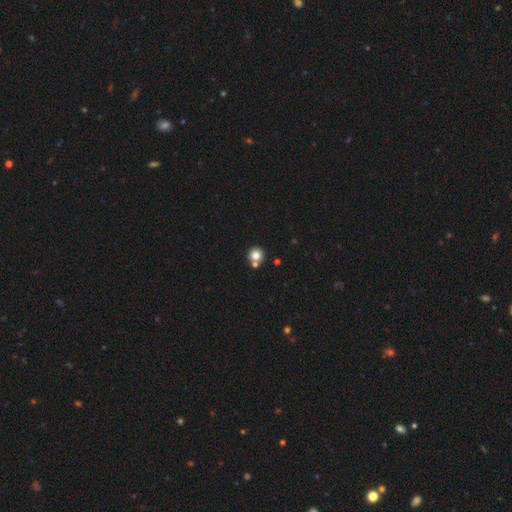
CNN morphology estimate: smooth-or-featured: smooth: 80% | star or artifact: 11% | featured or disk: 9%
  how-rounded: round: 92% | in between: 7% | cigar-shaped: 1%
  merging: none: 67% | merger: 22% | minor disturbance: 8% | major disturbance: 3%